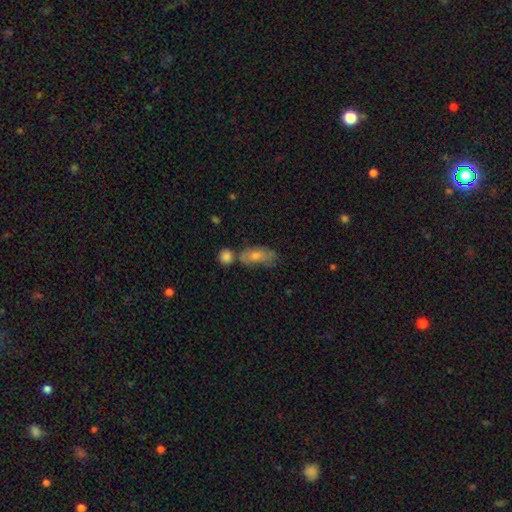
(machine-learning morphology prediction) type=smooth (73%); roundness=in between (85%); merging=none (40%).